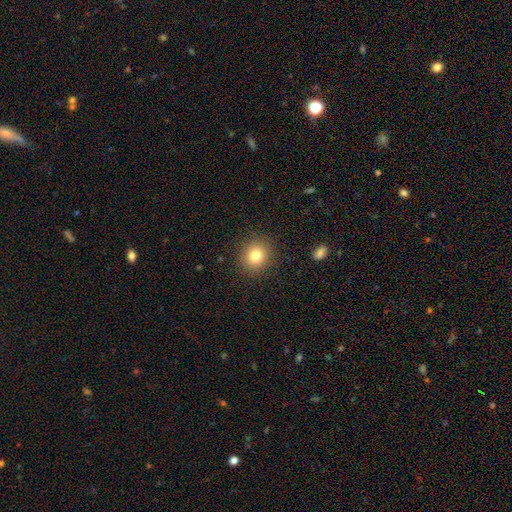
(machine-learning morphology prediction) smooth_or_featured: smooth (p=0.80) [alt: star or artifact p=0.11]
how_rounded: round (p=0.79) [alt: in between p=0.20]
merging: none (p=0.89) [alt: minor disturbance p=0.07]